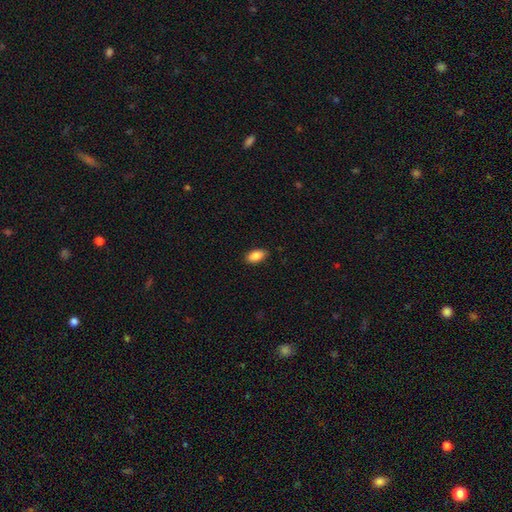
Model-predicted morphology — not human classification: The model was most divided on "merging": none: 88%, minor disturbance: 9%, major disturbance: 2%, merger: 1%. More confident: how rounded — in between (93%); smooth or featured — smooth (88%).